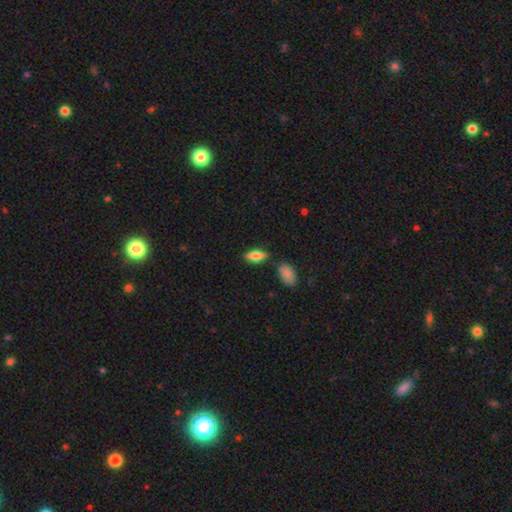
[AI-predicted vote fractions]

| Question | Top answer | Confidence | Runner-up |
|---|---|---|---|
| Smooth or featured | smooth | 70% | featured or disk (23%) |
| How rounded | in between | 73% | cigar-shaped (24%) |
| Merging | none | 82% | minor disturbance (11%) |